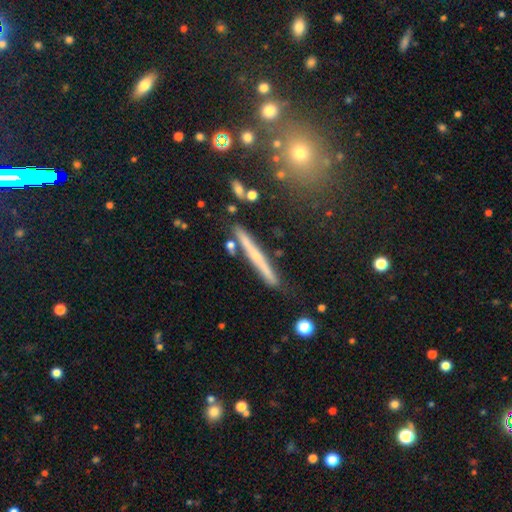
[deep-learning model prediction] Smooth or featured? Predicted: featured or disk (p=0.56). Edge-on disk? Predicted: yes (p=0.94). Edge-on bulge? Predicted: rounded (p=0.48). Merging? Predicted: none (p=0.84).